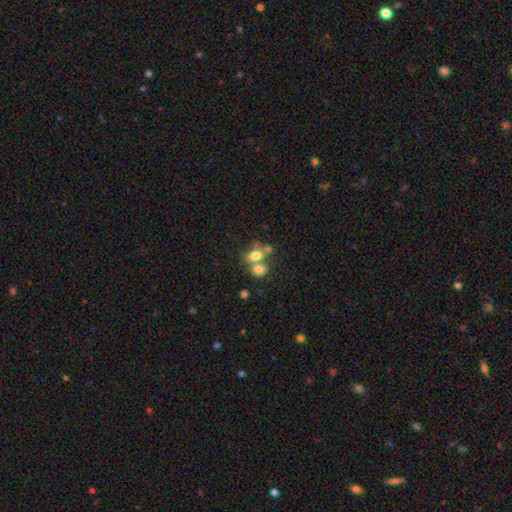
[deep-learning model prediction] Smooth or featured: smooth — 73% (featured or disk — 15%)
How rounded: in between — 61% (round — 38%)
Merging: merger — 48% (none — 36%)